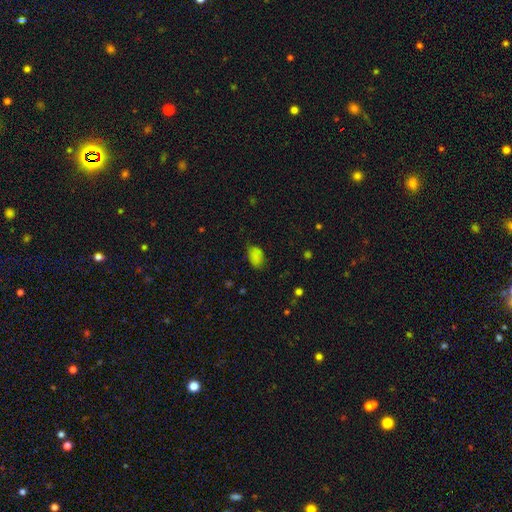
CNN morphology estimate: type=smooth (81%); roundness=in between (87%); merging=none (67%).